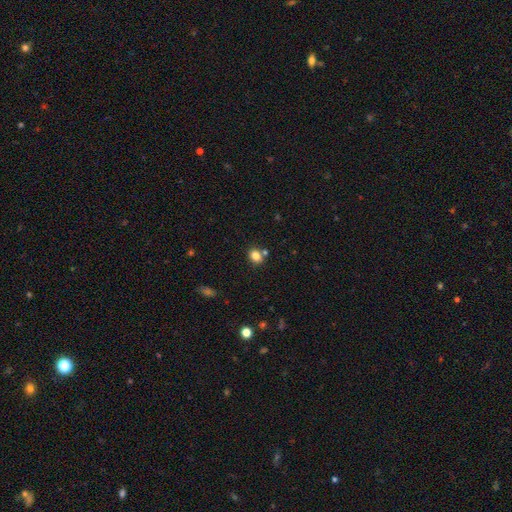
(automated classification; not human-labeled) Morphology: type=smooth (81%); roundness=round (55%); merging=none (69%).